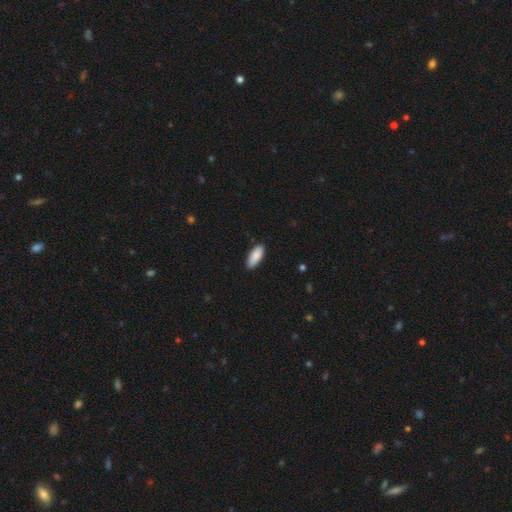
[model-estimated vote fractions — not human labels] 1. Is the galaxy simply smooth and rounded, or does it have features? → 88% smooth, 6% featured or disk, 6% star or artifact.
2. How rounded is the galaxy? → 80% in between, 18% cigar-shaped, 2% round.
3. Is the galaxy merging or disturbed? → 88% none, 9% minor disturbance, 2% major disturbance, 1% merger.